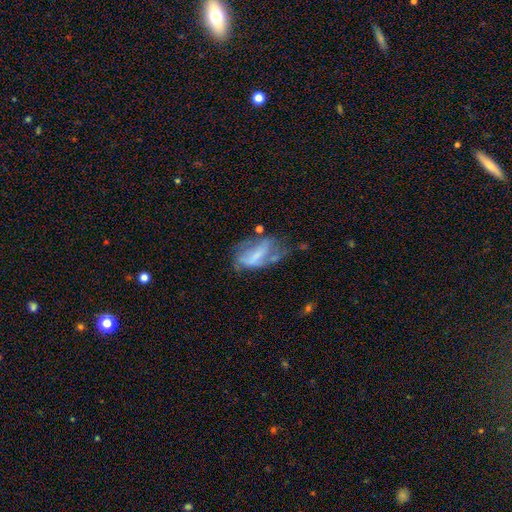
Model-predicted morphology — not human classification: featured or disk 59%, smooth 32%, star or artifact 9%. Down the decision tree: edge-on disk — no (93%); bar — weak (35%); spiral arms — yes (55%); bulge size — small (36%); merging — none (34%).